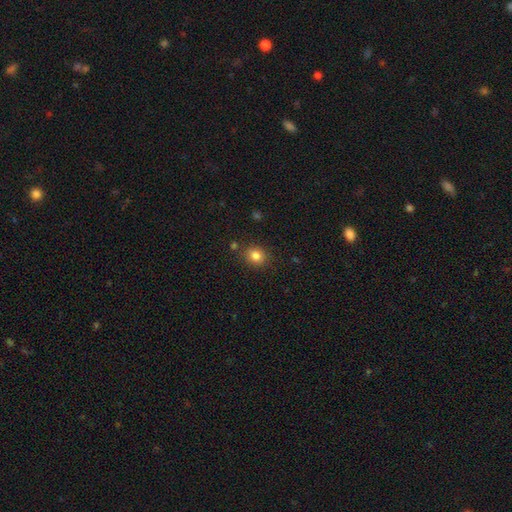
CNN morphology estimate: This is clearly a smooth galaxy (83%). How rounded: likely round (72%). Merging: clearly none (83%).